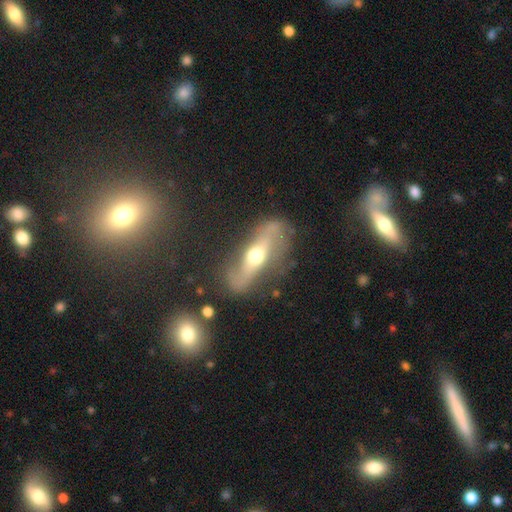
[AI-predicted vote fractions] Morphology: type=featured or disk (73%); edge-on=no (65%); merging=none (66%).